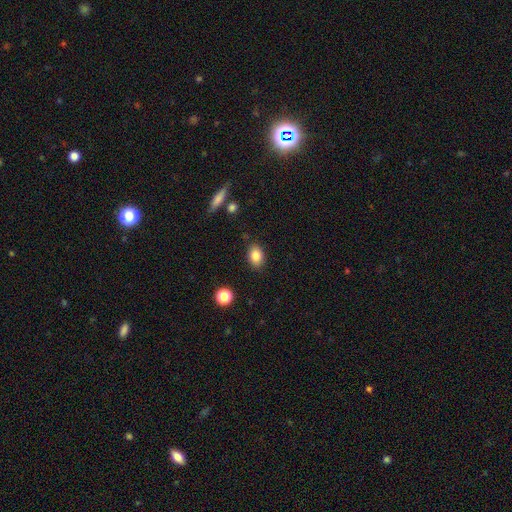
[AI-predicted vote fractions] A smooth galaxy with no disk features (84%) that is in between round and cigar-shaped (73%). Merging: none (84%).